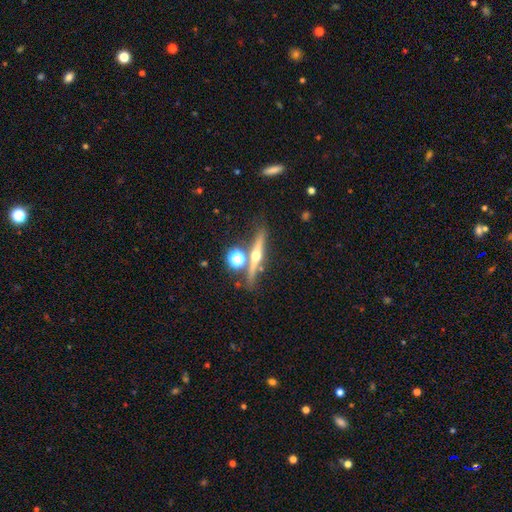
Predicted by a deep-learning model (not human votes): This is likely a featured or disk galaxy (70%). It is clearly viewed edge-on (95%). Edge-on bulge: clearly rounded (95%). Merging: likely none (78%).